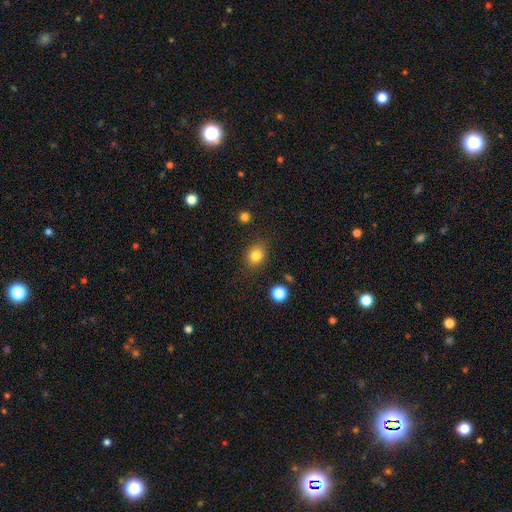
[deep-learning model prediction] The model was most divided on "how rounded": round: 62%, in between: 37%, cigar-shaped: 1%. More confident: merging — none (82%); smooth or featured — smooth (82%).